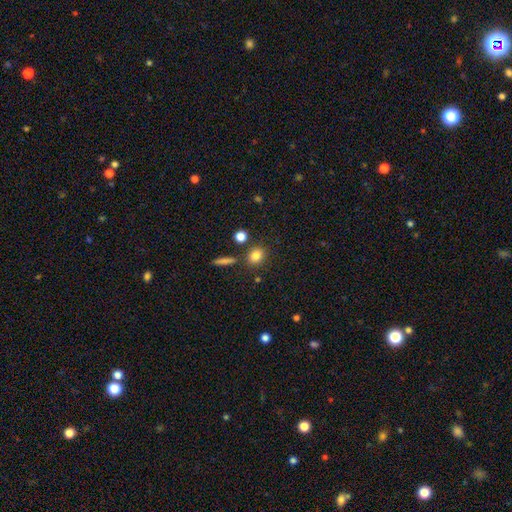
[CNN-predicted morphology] This is clearly a smooth galaxy (82%). How rounded: likely round (60%). Merging: likely none (79%).